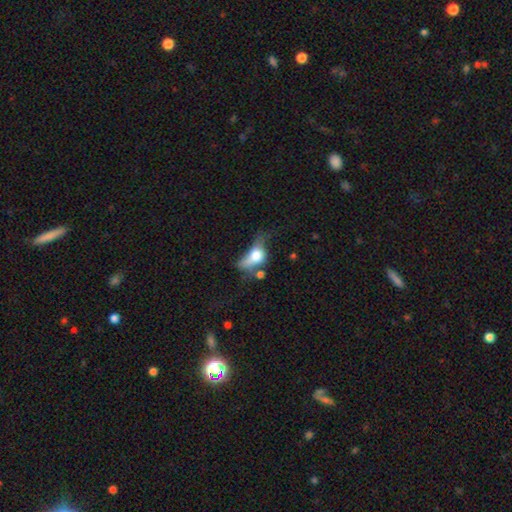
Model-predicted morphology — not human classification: This appears to be a smooth galaxy with no disk features (61%) that is in between round and cigar-shaped (74%). Merging: major disturbance (41%).